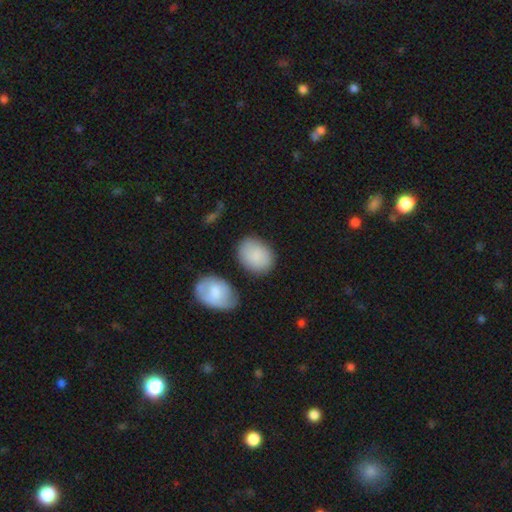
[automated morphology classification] smooth-or-featured: smooth: 87% | featured or disk: 7% | star or artifact: 6%
  how-rounded: in between: 69% | round: 30% | cigar-shaped: 1%
  merging: none: 74% | minor disturbance: 16% | merger: 6% | major disturbance: 4%